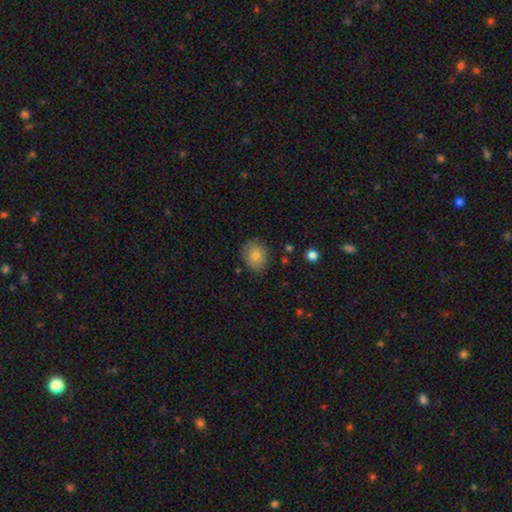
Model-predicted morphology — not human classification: A smooth galaxy with no disk features (78%) that is round (62%).

Vote fractions:
- Smooth or featured? smooth: 78% / featured or disk: 12% / star or artifact: 10%
- How rounded? round: 62% / in between: 37% / cigar-shaped: 1%
- Merging? none: 80% / minor disturbance: 15% / major disturbance: 3% / merger: 2%